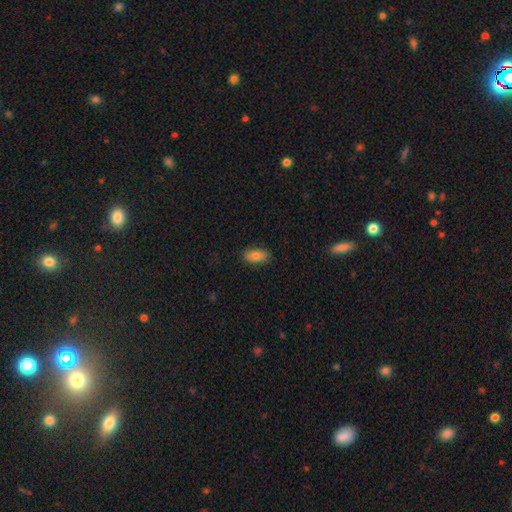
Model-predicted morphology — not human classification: A smooth galaxy with no disk features (82%) that is in between round and cigar-shaped (91%). Merging: none (85%).